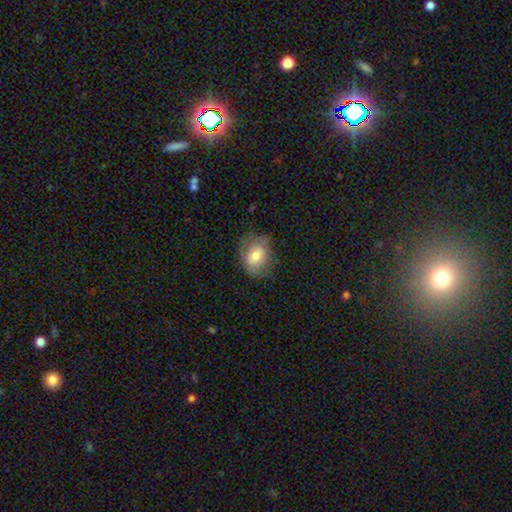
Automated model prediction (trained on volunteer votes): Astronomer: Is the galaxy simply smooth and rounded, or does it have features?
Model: smooth — 73%.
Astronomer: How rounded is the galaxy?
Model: in between — 63%.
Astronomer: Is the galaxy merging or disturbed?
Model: none — 61%.